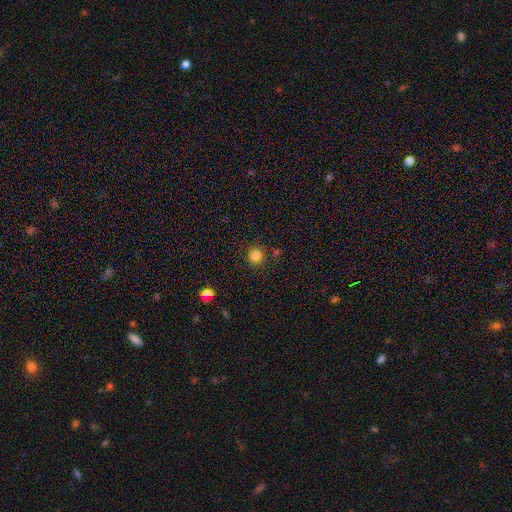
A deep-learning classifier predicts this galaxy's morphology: A smooth galaxy with no disk features (83%) that is round (90%). Merging: none (84%).